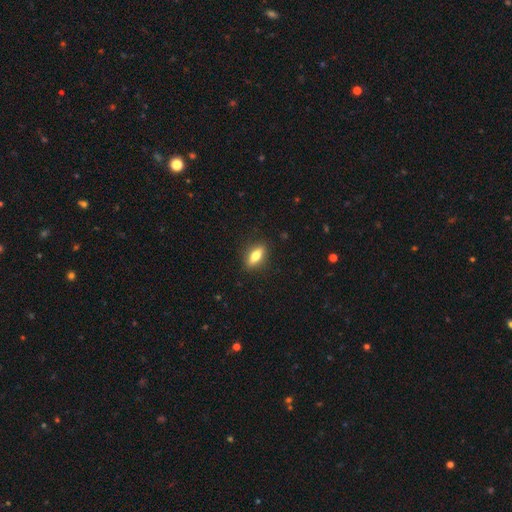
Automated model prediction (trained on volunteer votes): Smooth or featured? smooth (70%)
How rounded? in between (67%)
Merging? none (87%)